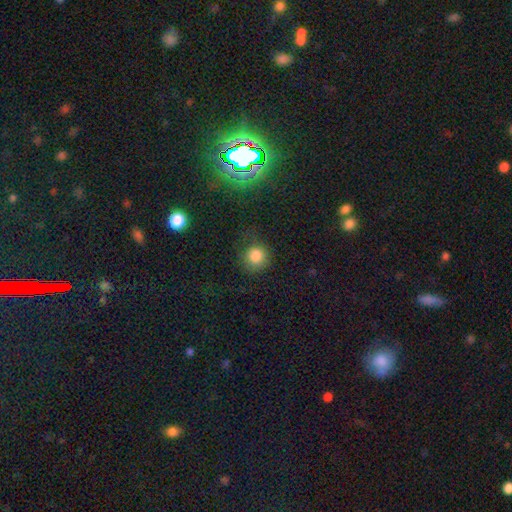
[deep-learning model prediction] A smooth galaxy with no disk features (83%) that is round (89%).

Vote fractions:
- Smooth or featured? smooth: 83% / star or artifact: 12% / featured or disk: 5%
- How rounded? round: 89% / in between: 10% / cigar-shaped: 1%
- Merging? none: 71% / minor disturbance: 18% / major disturbance: 9% / merger: 2%